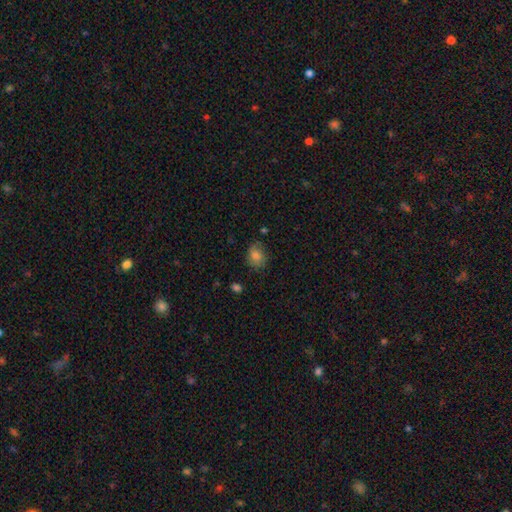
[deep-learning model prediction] This is likely a smooth galaxy (78%). How rounded: possibly in between (52%). Merging: likely none (75%).